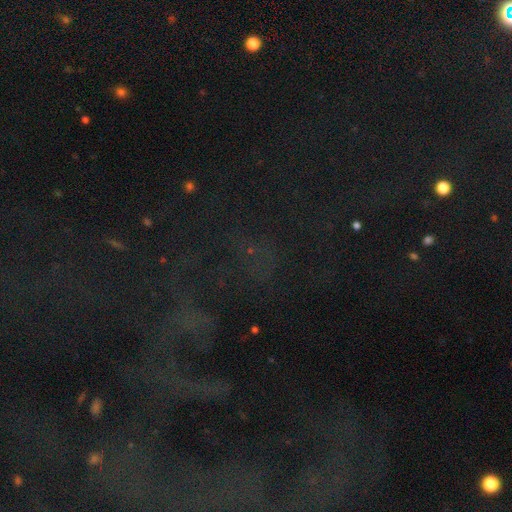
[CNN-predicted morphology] Smooth or featured? star or artifact (73%)